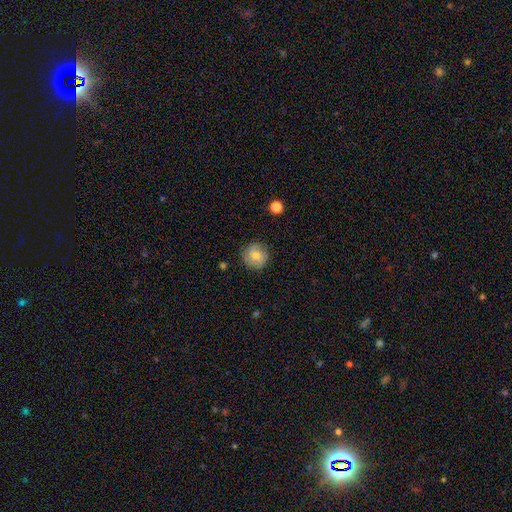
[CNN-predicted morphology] This is likely a smooth galaxy (66%). How rounded: clearly round (93%). Merging: clearly none (84%).